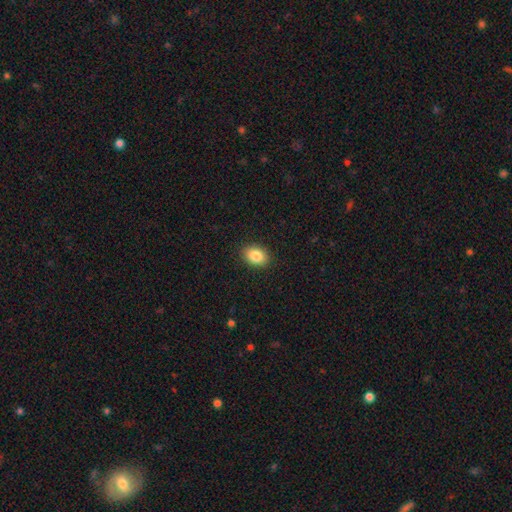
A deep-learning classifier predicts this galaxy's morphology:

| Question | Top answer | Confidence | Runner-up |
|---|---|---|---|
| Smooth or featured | smooth | 86% | star or artifact (8%) |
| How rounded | in between | 79% | round (20%) |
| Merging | none | 90% | minor disturbance (7%) |